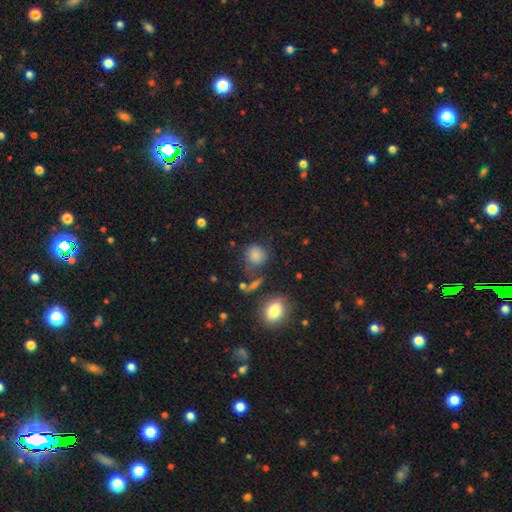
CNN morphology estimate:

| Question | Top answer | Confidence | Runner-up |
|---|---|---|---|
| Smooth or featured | smooth | 78% | star or artifact (14%) |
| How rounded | round | 81% | in between (18%) |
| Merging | none | 68% | minor disturbance (17%) |